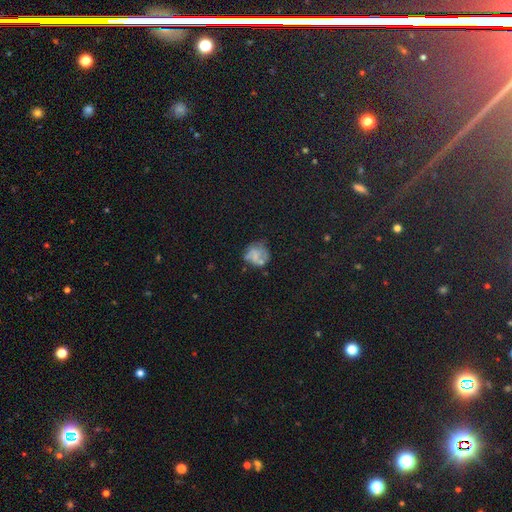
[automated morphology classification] The model was most divided on "smooth or featured": smooth: 50%, featured or disk: 32%, star or artifact: 18%. Remaining: how rounded — round (74%); merging — none (48%).